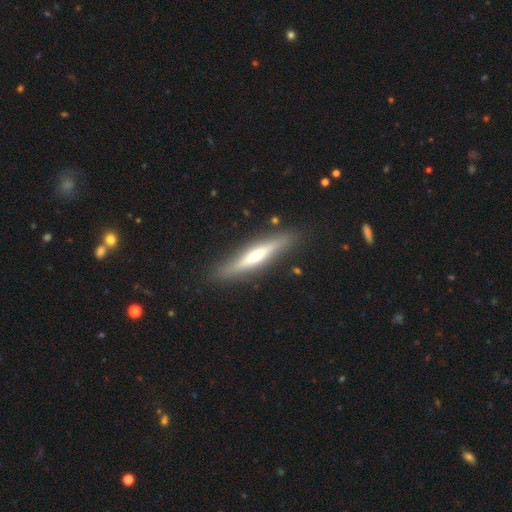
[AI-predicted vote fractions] smooth_or_featured: featured or disk (p=0.63) [alt: smooth p=0.31]
disk_edge_on: yes (p=0.91) [alt: no p=0.09]
edge_on_bulge: rounded (p=0.86) [alt: none p=0.10]
merging: none (p=0.86) [alt: minor disturbance p=0.10]